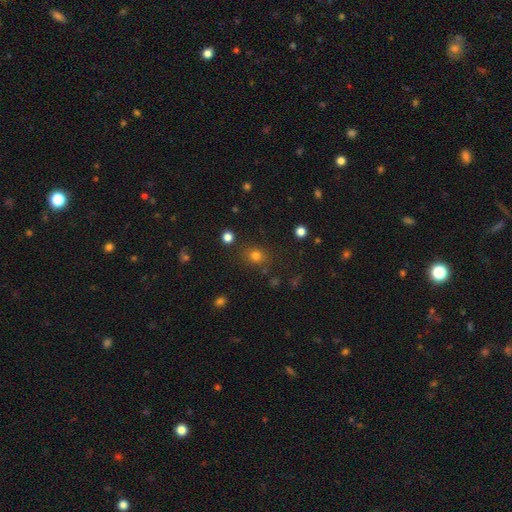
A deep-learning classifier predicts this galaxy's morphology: smooth-or-featured: smooth: 77% | star or artifact: 17% | featured or disk: 7%
  how-rounded: round: 70% | in between: 29% | cigar-shaped: 1%
  merging: none: 80% | minor disturbance: 11% | merger: 4% | major disturbance: 4%